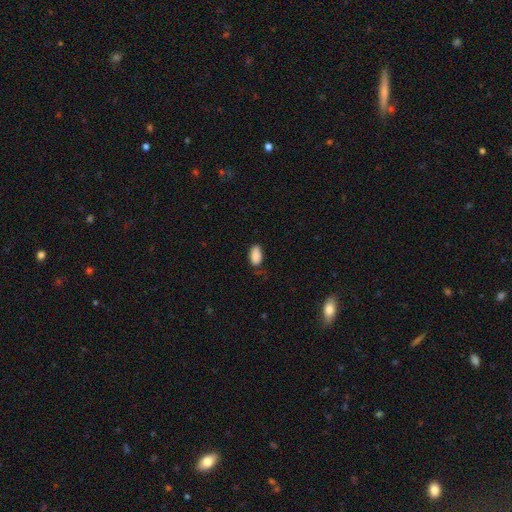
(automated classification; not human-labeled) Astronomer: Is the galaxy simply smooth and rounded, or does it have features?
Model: smooth — 88%.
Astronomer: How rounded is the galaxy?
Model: in between — 94%.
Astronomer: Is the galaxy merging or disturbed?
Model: none — 60%.